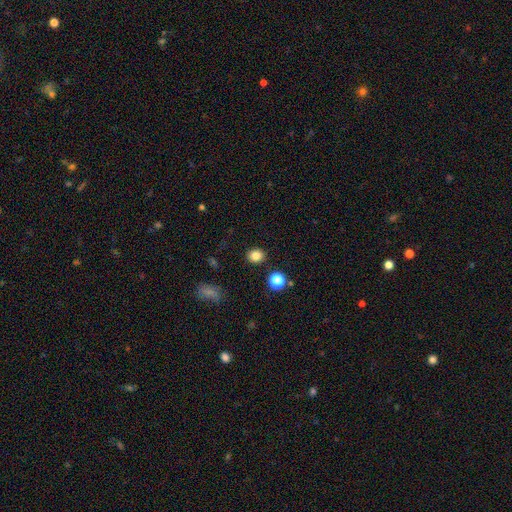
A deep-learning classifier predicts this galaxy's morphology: The model was most divided on "how rounded": round: 72%, in between: 27%, cigar-shaped: 1%. More confident: merging — none (88%); smooth or featured — smooth (83%).